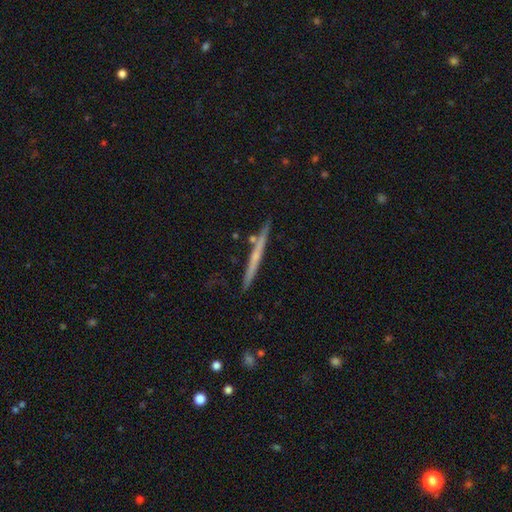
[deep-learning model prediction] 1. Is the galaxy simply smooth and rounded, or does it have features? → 60% featured or disk, 34% smooth, 6% star or artifact.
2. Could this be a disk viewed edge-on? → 97% yes, 3% no.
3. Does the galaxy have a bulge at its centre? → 67% none, 28% rounded, 5% boxy.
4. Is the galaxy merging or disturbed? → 87% none, 9% minor disturbance, 3% merger, 2% major disturbance.